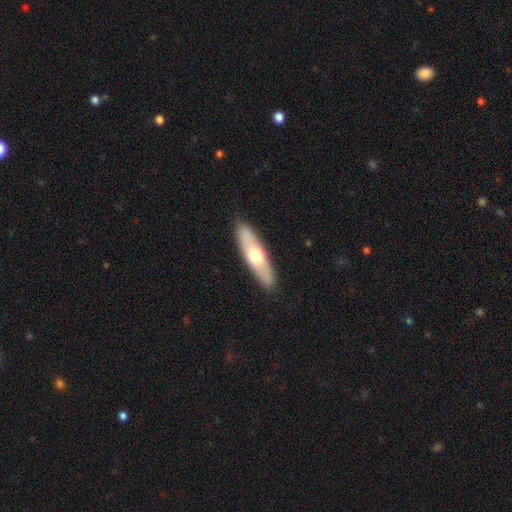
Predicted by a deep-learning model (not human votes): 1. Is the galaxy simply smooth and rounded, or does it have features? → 57% smooth, 39% featured or disk, 5% star or artifact.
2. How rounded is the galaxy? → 61% cigar-shaped, 37% in between, 2% round.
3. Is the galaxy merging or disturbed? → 89% none, 8% minor disturbance, 2% major disturbance, 1% merger.